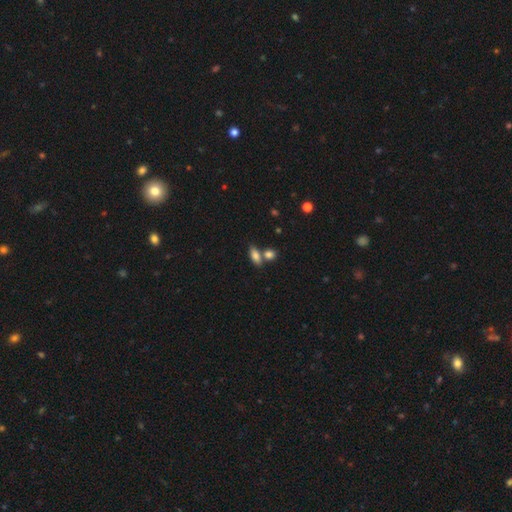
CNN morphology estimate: Smooth or featured?
  - smooth: 82% *
  - featured or disk: 10%
  - star or artifact: 9%
How rounded?
  - in between: 79% *
  - cigar-shaped: 13%
  - round: 8%
Merging?
  - none: 54% *
  - merger: 32%
  - minor disturbance: 11%
  - major disturbance: 4%